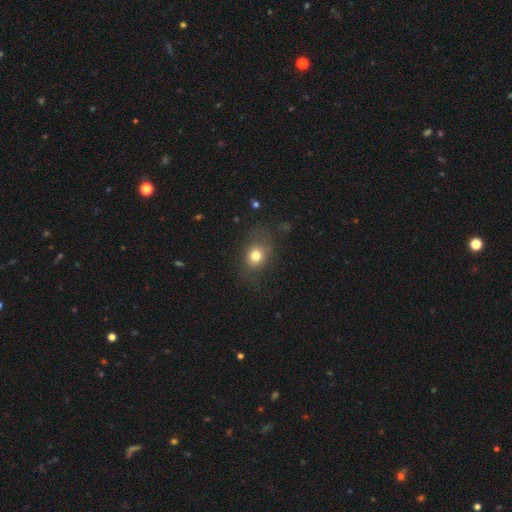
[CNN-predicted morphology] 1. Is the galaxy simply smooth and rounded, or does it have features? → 76% smooth, 13% star or artifact, 11% featured or disk.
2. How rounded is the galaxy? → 58% round, 41% in between, 1% cigar-shaped.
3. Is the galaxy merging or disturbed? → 67% none, 19% minor disturbance, 12% major disturbance, 2% merger.